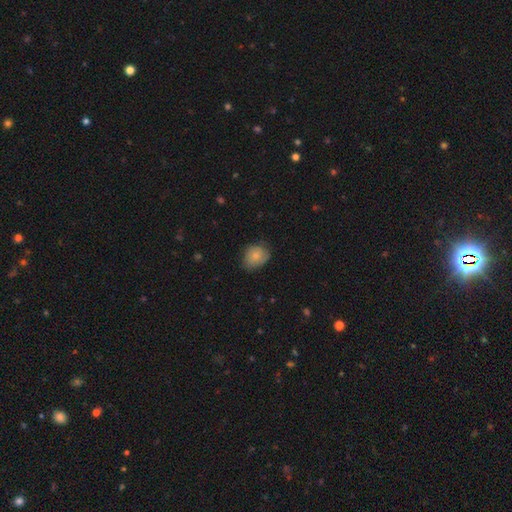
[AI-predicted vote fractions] A smooth galaxy with no disk features (77%) that is round (54%). Merging: none (62%).